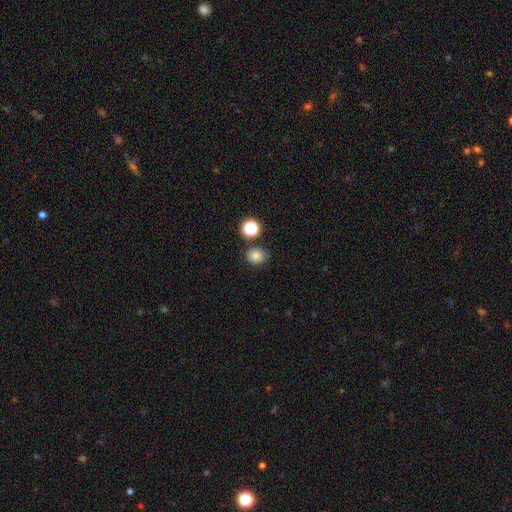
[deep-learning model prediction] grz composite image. It shows a smooth galaxy with no disk features (80%) that is round (67%). Merging: none (77%).